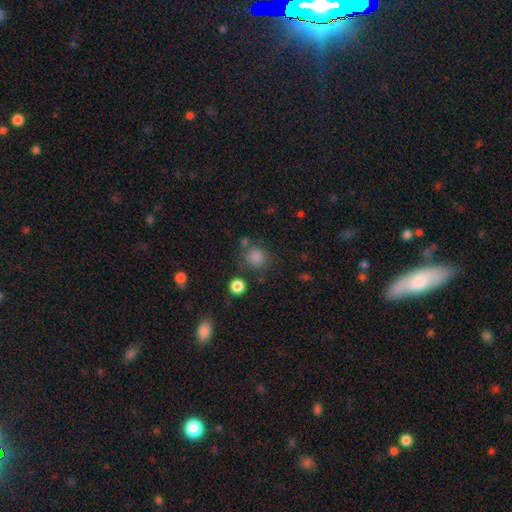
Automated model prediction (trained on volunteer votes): Smooth or featured? Predicted: smooth (p=0.80). How rounded? Predicted: round (p=0.85). Merging? Predicted: none (p=0.74).